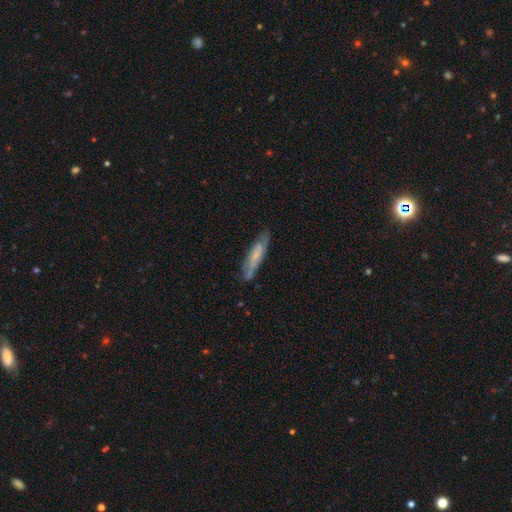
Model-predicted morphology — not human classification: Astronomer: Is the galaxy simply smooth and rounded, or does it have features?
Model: smooth — 47% (runner-up: featured or disk, 46%).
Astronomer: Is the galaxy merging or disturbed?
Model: none — 73%.